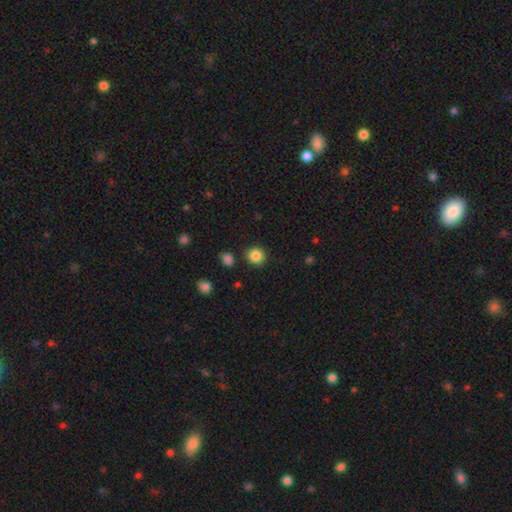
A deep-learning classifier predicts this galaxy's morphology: Smooth or featured? Predicted: smooth (p=0.85). How rounded? Predicted: round (p=0.89). Merging? Predicted: none (p=0.88).